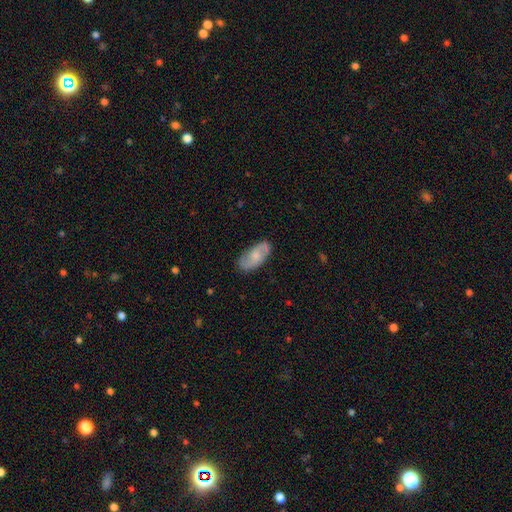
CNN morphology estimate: Overall: smooth (49%; featured or disk 45%). Merging: none (79%).